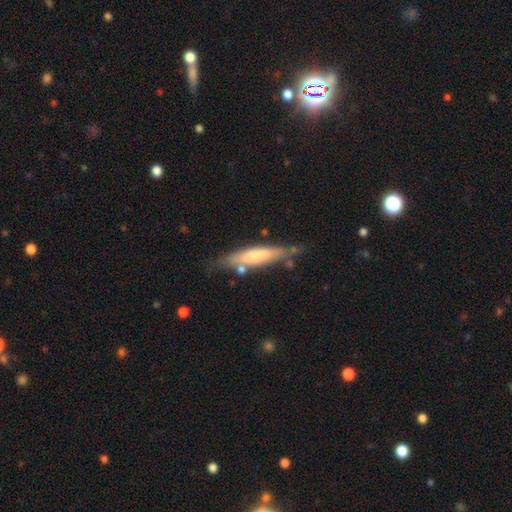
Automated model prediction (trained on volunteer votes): This is possibly a smooth galaxy (59%). How rounded: clearly cigar-shaped (81%). Merging: likely none (67%).